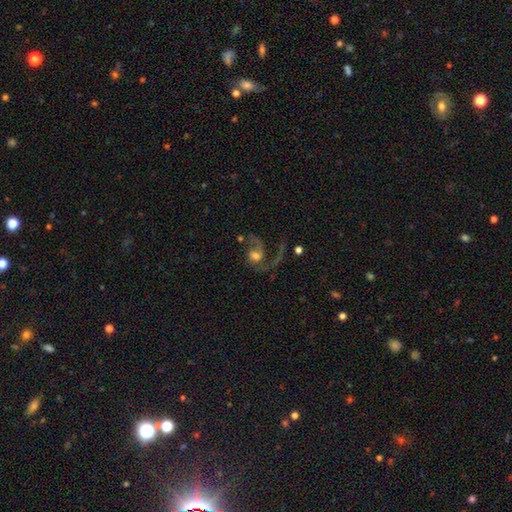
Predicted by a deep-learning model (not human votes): Smooth or featured? Predicted: featured or disk (p=0.70). Edge-on disk? Predicted: no (p=0.98). Bar? Predicted: no (p=0.70). Spiral arms? Predicted: yes (p=0.88). Spiral winding? Predicted: loose (p=0.57). Spiral arm count? Predicted: 2 (p=0.48). Bulge size? Predicted: moderate (p=0.57). Merging? Predicted: major disturbance (p=0.42).